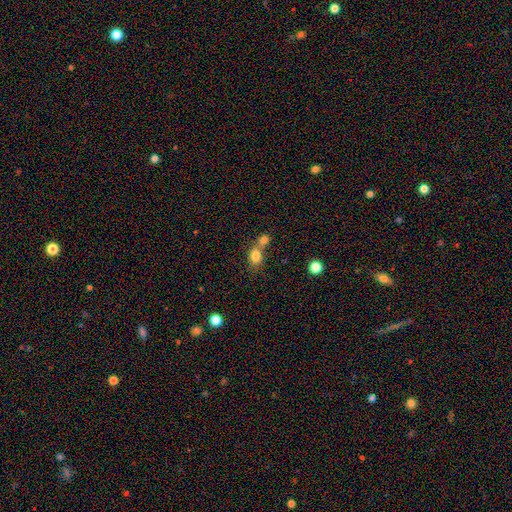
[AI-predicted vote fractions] smooth_or_featured: smooth (p=0.80) [alt: star or artifact p=0.11]
how_rounded: round (p=0.58) [alt: in between p=0.41]
merging: merger (p=0.53) [alt: none p=0.35]